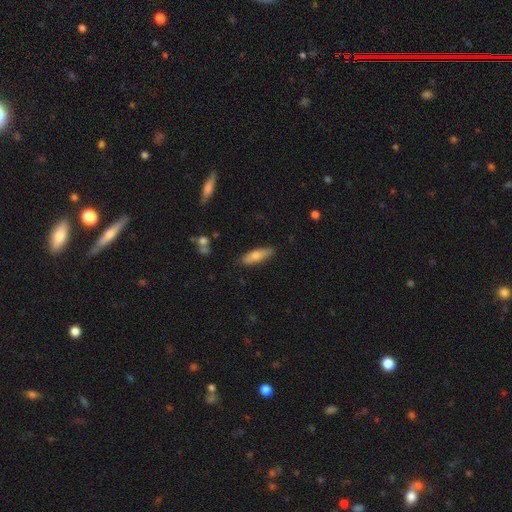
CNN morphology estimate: Q: Smooth or featured?
A: smooth (72%); runner-up: featured or disk (22%)
Q: How rounded?
A: in between (49%); tied with: cigar-shaped (49%)
Q: Merging?
A: none (83%); runner-up: minor disturbance (13%)